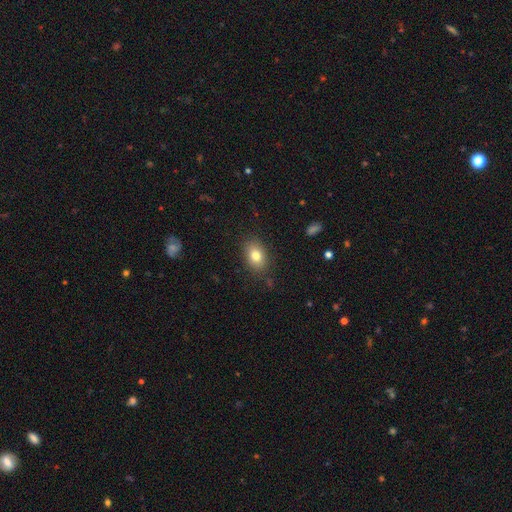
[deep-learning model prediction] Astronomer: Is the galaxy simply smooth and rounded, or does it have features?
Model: smooth — 79%.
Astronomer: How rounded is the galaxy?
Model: in between — 76%.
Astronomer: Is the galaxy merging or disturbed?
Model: none — 85%.